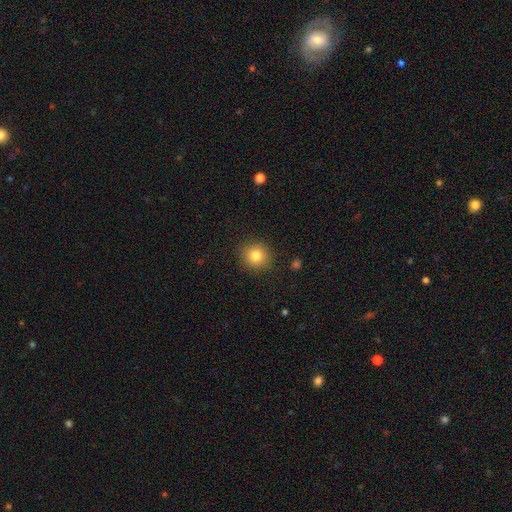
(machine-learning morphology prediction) smooth-or-featured: smooth: 81% | star or artifact: 11% | featured or disk: 8%
  how-rounded: round: 90% | in between: 9% | cigar-shaped: 1%
  merging: none: 90% | minor disturbance: 7% | major disturbance: 2% | merger: 1%